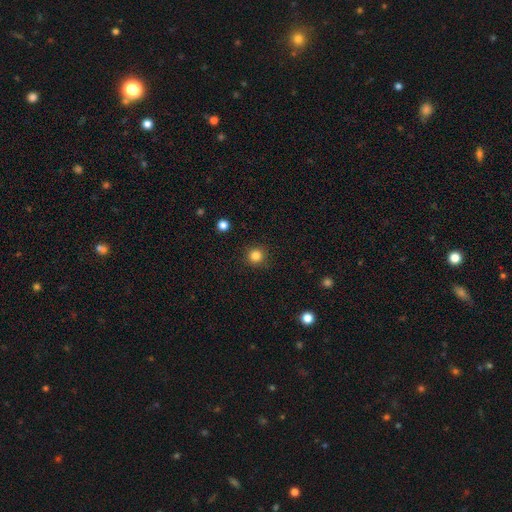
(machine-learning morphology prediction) Smooth or featured? Predicted: smooth (p=0.83). How rounded? Predicted: round (p=0.95). Merging? Predicted: none (p=0.91).